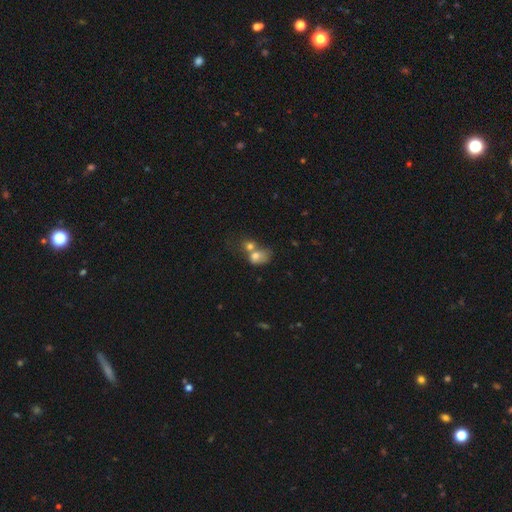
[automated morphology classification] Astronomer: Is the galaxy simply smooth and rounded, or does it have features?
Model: smooth — 71%.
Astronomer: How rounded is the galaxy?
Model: in between — 61% (runner-up: round, 37%).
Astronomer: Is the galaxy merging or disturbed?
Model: merger — 67%.